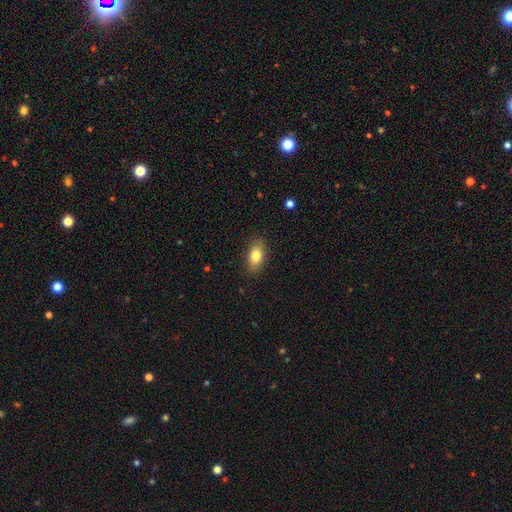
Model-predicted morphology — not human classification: smooth_or_featured: smooth (p=0.83) [alt: featured or disk p=0.09]
how_rounded: in between (p=0.87) [alt: round p=0.07]
merging: none (p=0.87) [alt: minor disturbance p=0.09]